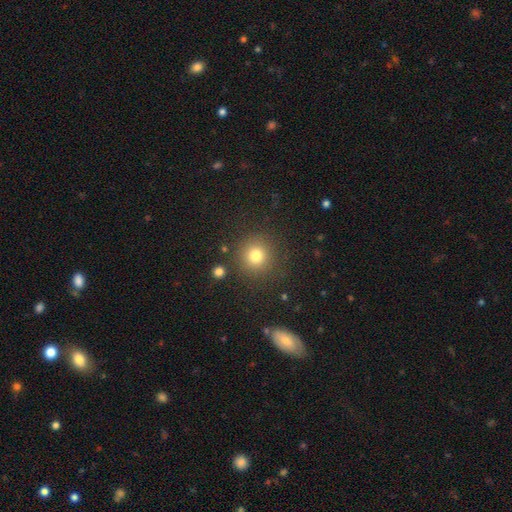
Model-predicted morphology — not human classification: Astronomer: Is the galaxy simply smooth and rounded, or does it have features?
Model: smooth — 79%.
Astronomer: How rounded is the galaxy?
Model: round — 93%.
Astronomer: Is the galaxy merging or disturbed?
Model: none — 87%.